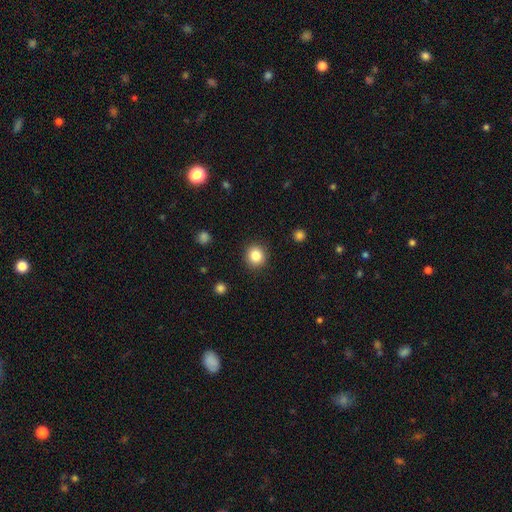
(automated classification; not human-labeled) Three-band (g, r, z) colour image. It shows a smooth galaxy with no disk features (84%) that is round (89%). Merging: none (90%).